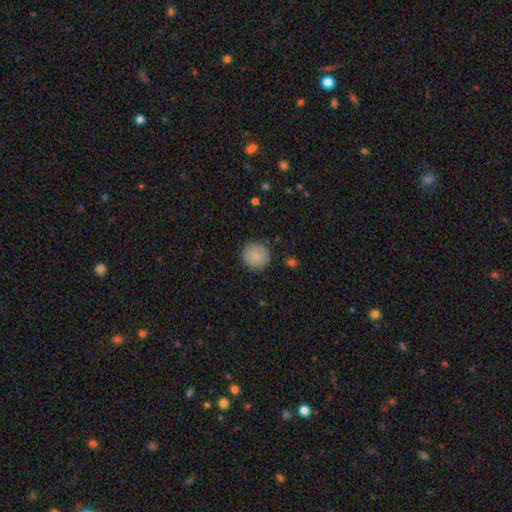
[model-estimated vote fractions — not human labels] A smooth galaxy with no disk features (85%) that is round (93%).

Vote fractions:
- Smooth or featured? smooth: 85% / star or artifact: 8% / featured or disk: 7%
- How rounded? round: 93% / in between: 6% / cigar-shaped: 1%
- Merging? none: 85% / minor disturbance: 11% / major disturbance: 3% / merger: 1%